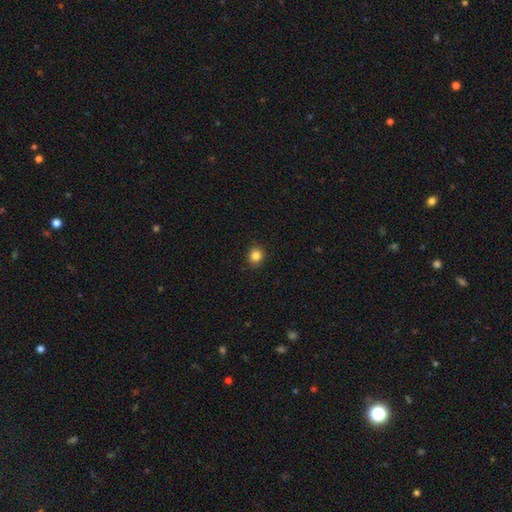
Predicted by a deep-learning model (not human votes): Smooth or featured: smooth — 84% (star or artifact — 11%)
How rounded: round — 84% (in between — 15%)
Merging: none — 89% (minor disturbance — 8%)